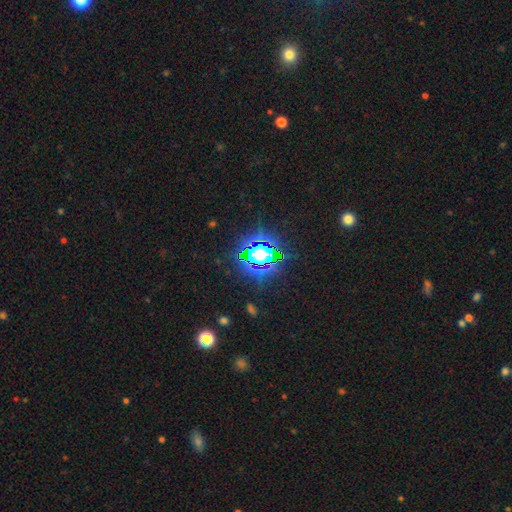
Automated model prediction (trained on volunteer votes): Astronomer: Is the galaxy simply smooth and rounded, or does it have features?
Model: star or artifact — 82%.